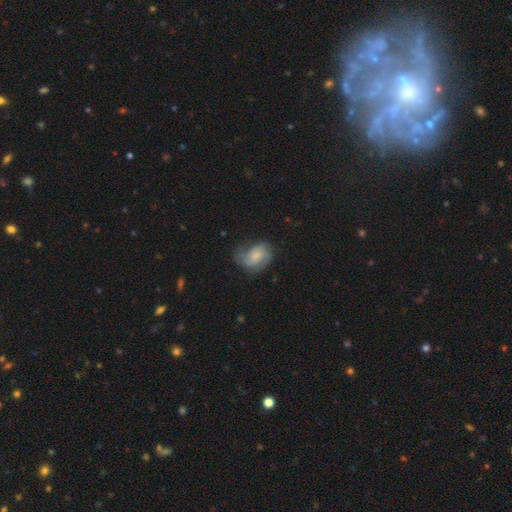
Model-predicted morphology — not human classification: This is possibly a featured or disk galaxy (52%). It is clearly not viewed edge-on (97%). Bar: possibly no (58%). Spiral arm pattern: clearly yes (85%). Central bulge: marginally small (38%). Merging: possibly none (52%).